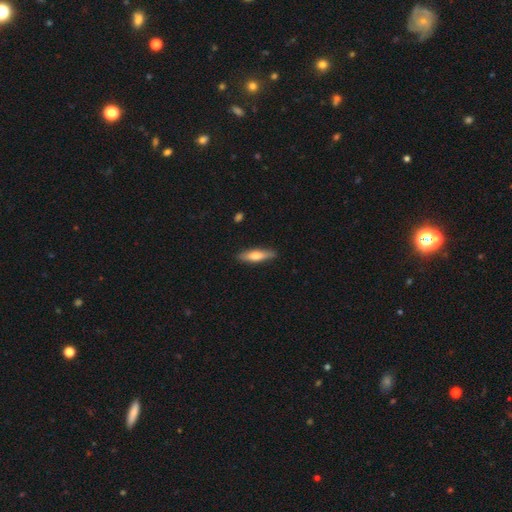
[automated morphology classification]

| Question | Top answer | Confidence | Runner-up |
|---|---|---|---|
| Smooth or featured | smooth | 62% | featured or disk (33%) |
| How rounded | cigar-shaped | 73% | in between (25%) |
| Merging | none | 88% | minor disturbance (9%) |